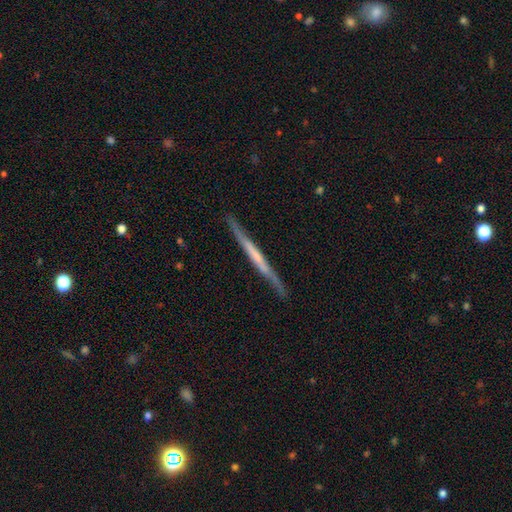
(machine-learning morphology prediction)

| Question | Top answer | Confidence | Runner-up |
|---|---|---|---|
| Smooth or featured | featured or disk | 65% | smooth (30%) |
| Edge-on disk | yes | 95% | no (5%) |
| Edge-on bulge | none | 73% | rounded (14%) |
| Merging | none | 85% | minor disturbance (11%) |